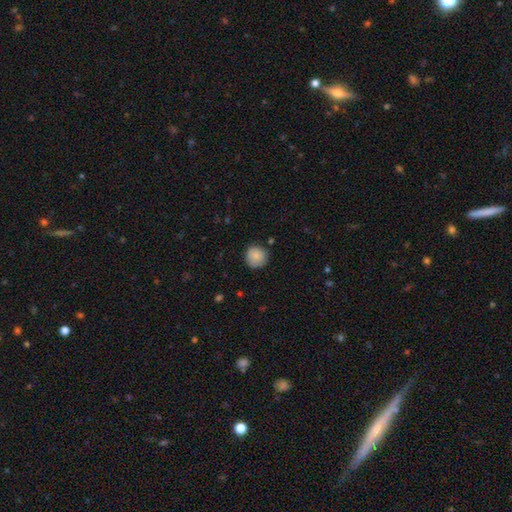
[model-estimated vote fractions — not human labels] Smooth or featured? smooth (83%)
How rounded? round (93%)
Merging? none (79%)